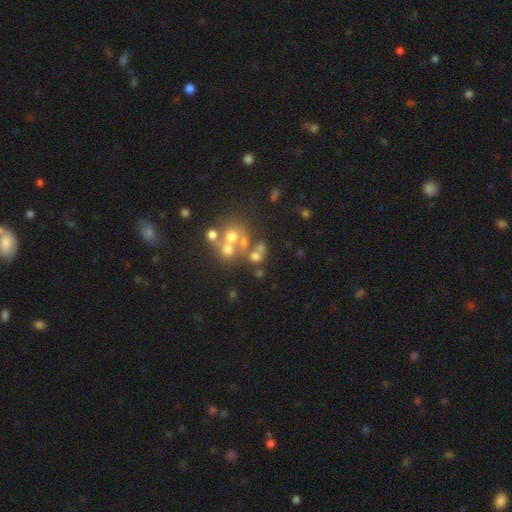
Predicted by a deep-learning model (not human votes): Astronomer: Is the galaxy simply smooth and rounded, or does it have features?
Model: smooth — 51% (runner-up: featured or disk, 26%).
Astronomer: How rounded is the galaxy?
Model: round — 75%.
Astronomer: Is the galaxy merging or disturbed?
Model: none — 44% (runner-up: merger, 39%).